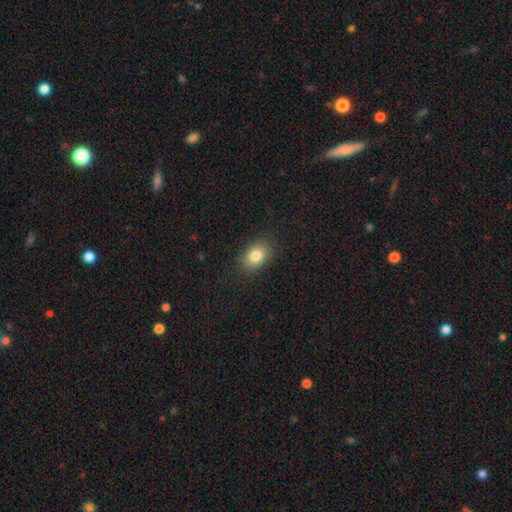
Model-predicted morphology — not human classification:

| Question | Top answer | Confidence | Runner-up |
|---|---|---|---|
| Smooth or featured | smooth | 83% | star or artifact (9%) |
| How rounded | in between | 78% | round (20%) |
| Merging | none | 87% | minor disturbance (9%) |